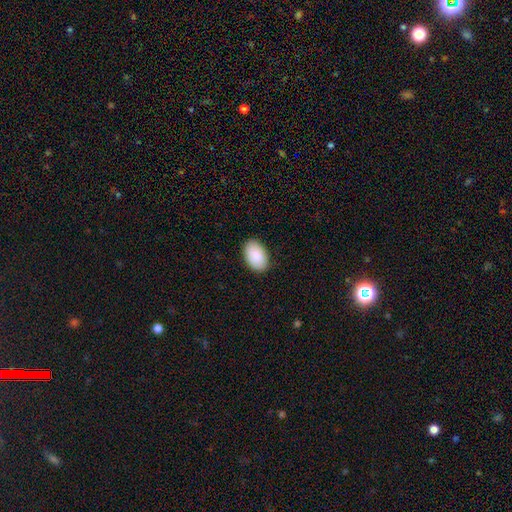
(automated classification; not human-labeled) smooth 90%, star or artifact 6%, featured or disk 4%. Down the decision tree: how rounded — in between (93%); merging — none (89%).